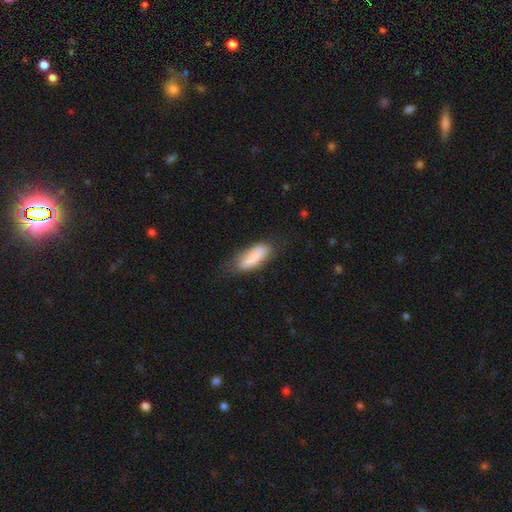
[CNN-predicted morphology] A smooth galaxy with no disk features (80%) that is in between round and cigar-shaped (70%). Merging: none (66%).